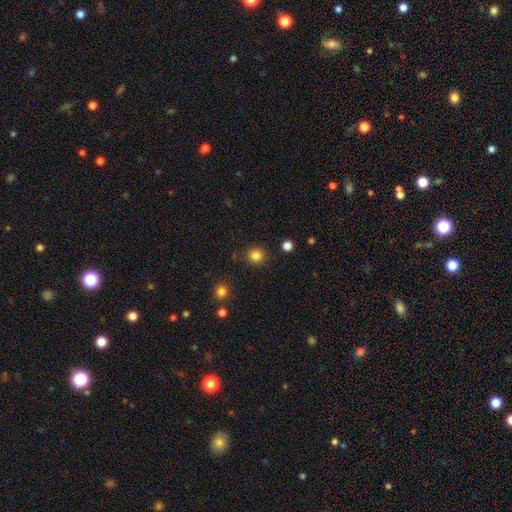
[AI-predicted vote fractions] Q: Smooth or featured?
A: smooth (84%); runner-up: star or artifact (12%)
Q: How rounded?
A: round (88%); runner-up: in between (11%)
Q: Merging?
A: none (85%); runner-up: minor disturbance (9%)